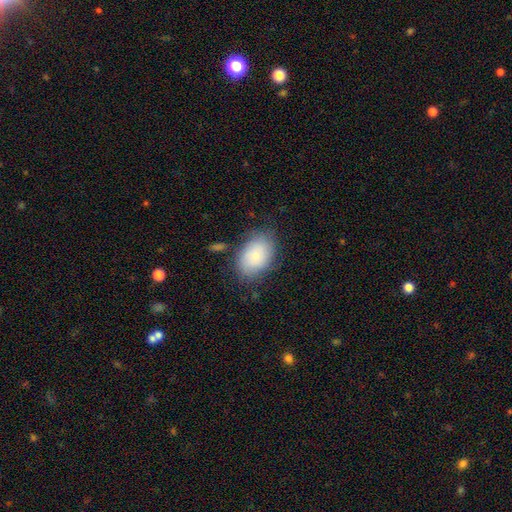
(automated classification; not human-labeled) smooth 76%, featured or disk 17%, star or artifact 7%. Down the decision tree: how rounded — in between (80%); merging — none (74%).